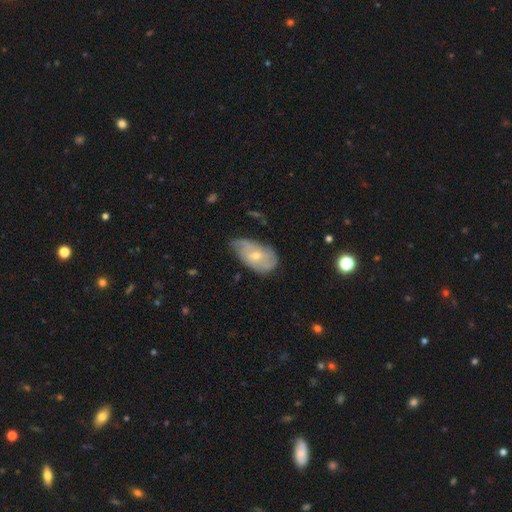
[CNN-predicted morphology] Q: Smooth or featured?
A: featured or disk (52%); runner-up: smooth (41%)
Q: Edge-on disk?
A: no (93%); runner-up: yes (7%)
Q: Merging?
A: none (45%); runner-up: minor disturbance (41%)